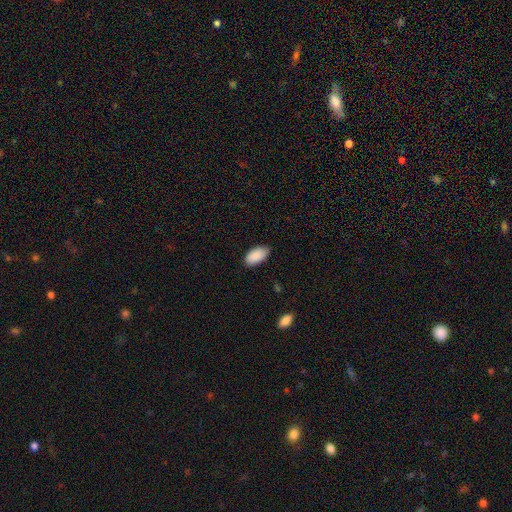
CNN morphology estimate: smooth_or_featured: smooth (p=0.91) [alt: star or artifact p=0.06]
how_rounded: in between (p=0.95) [alt: round p=0.03]
merging: none (p=0.83) [alt: minor disturbance p=0.13]